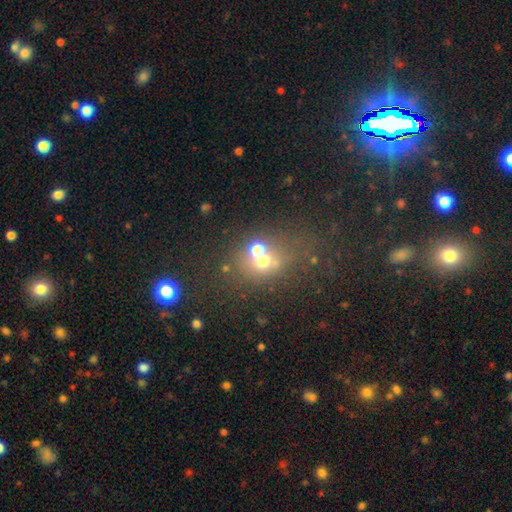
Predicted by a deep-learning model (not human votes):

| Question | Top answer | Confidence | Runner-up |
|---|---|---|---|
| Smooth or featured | smooth | 51% | star or artifact (25%) |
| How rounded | round | 63% | in between (35%) |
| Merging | merger | 43% | none (40%) |